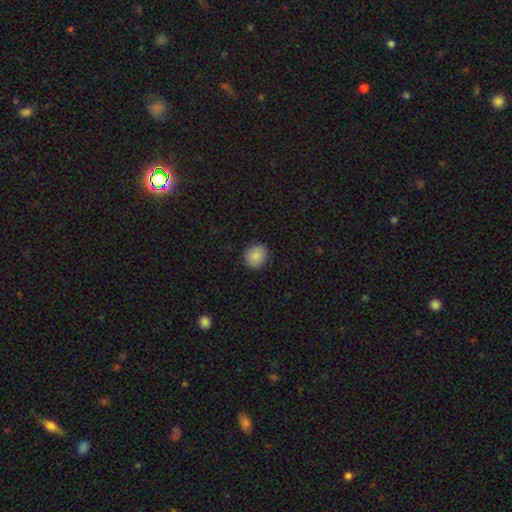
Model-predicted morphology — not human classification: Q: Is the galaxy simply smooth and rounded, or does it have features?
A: smooth — 87%.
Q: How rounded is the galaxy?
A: round — 77%.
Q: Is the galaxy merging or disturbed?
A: none — 86%.